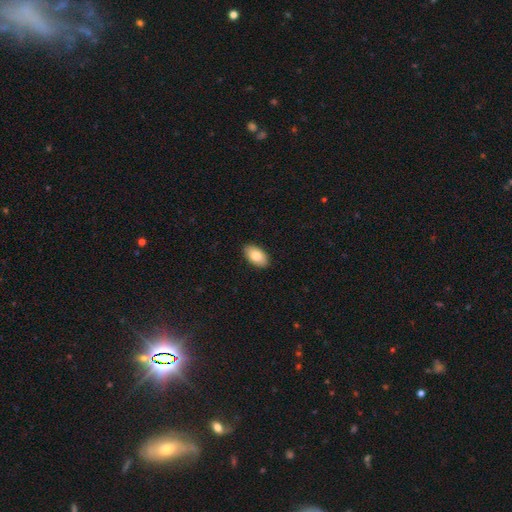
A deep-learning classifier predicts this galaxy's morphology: A smooth galaxy with no disk features (81%) that is in between round and cigar-shaped (94%). Merging: none (90%).